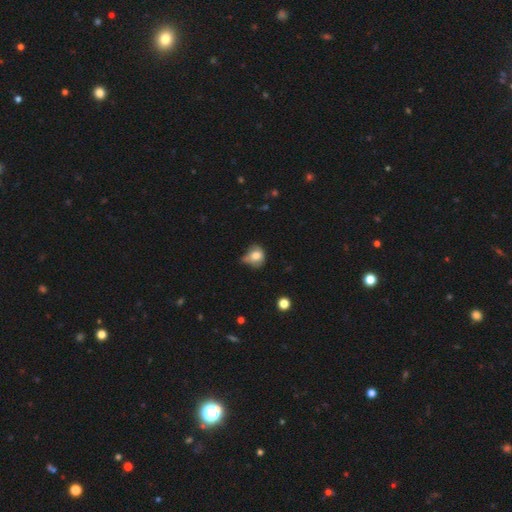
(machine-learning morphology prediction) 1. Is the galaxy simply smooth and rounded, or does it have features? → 75% smooth, 15% featured or disk, 10% star or artifact.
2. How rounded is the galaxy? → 69% round, 30% in between, 1% cigar-shaped.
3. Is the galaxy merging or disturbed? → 39% none, 36% minor disturbance, 15% major disturbance, 11% merger.